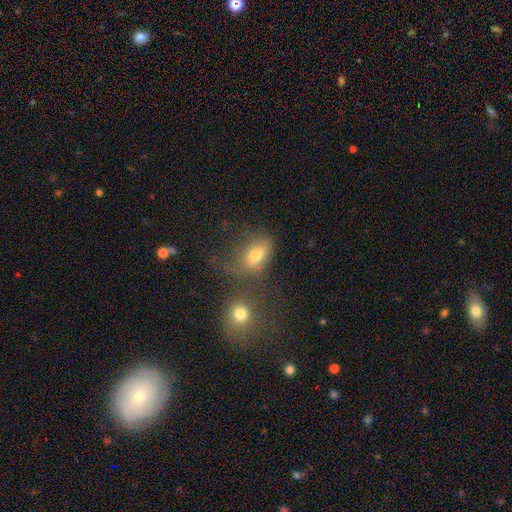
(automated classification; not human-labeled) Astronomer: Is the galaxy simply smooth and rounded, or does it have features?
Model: smooth — 71%.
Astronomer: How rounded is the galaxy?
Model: in between — 77%.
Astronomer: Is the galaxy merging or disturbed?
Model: none — 44% (runner-up: merger, 23%).